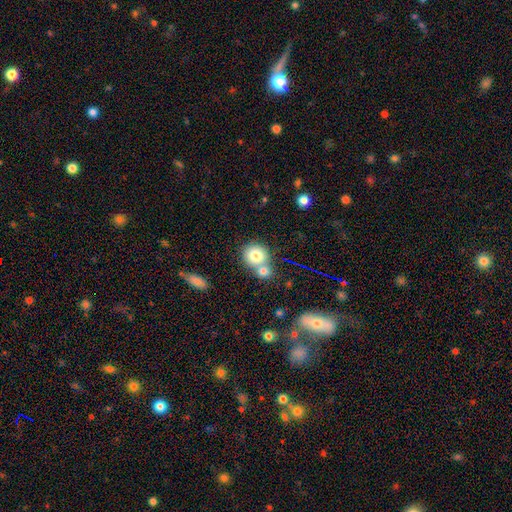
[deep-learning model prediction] This is likely a smooth galaxy (79%). How rounded: clearly round (81%). Merging: possibly merger (46%).